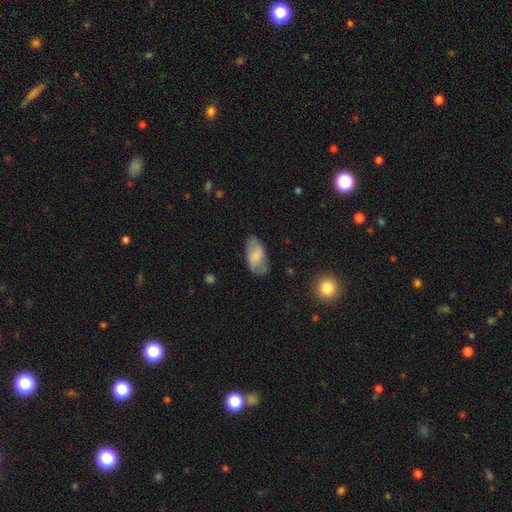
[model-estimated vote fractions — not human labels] Q: Smooth or featured?
A: smooth (67%); runner-up: featured or disk (26%)
Q: How rounded?
A: in between (94%); runner-up: round (3%)
Q: Merging?
A: none (71%); runner-up: minor disturbance (22%)